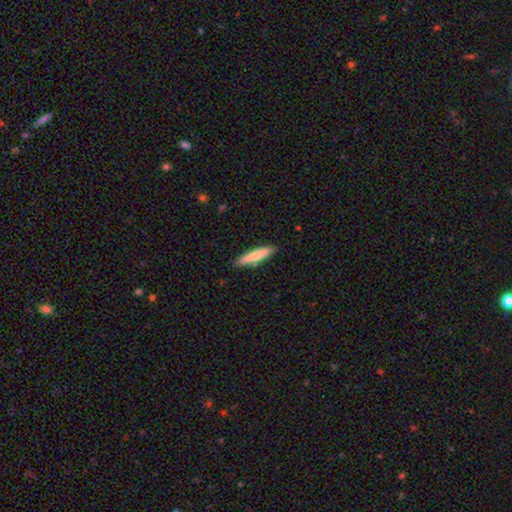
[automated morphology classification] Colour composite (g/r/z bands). It shows a smooth galaxy with no disk features (73%) that is cigar-shaped (88%). Merging: none (89%).